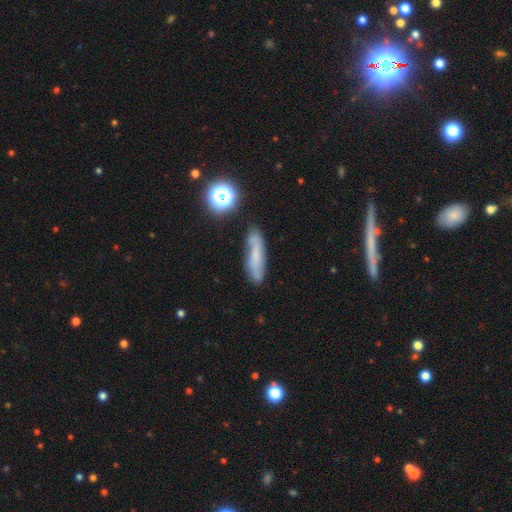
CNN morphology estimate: Smooth or featured: smooth — 48% (featured or disk — 38%)
Merging: none — 73% (minor disturbance — 18%)